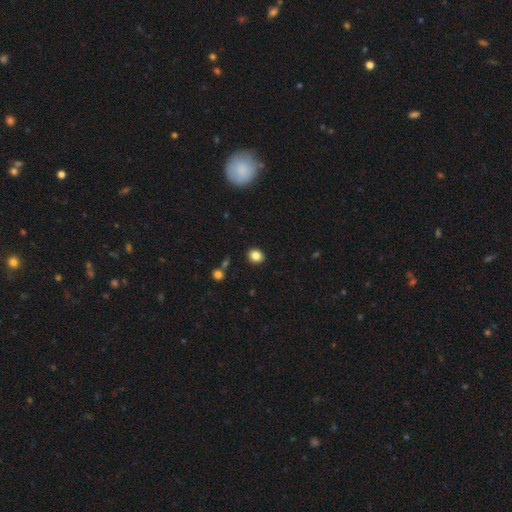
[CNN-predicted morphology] A smooth galaxy with no disk features (84%) that is round (74%).

Vote fractions:
- Smooth or featured? smooth: 84% / star or artifact: 11% / featured or disk: 5%
- How rounded? round: 74% / in between: 25% / cigar-shaped: 1%
- Merging? none: 90% / minor disturbance: 6% / major disturbance: 2% / merger: 2%